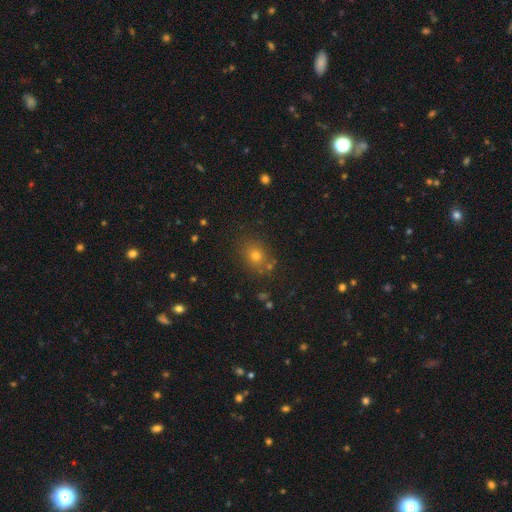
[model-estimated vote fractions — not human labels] Overall: smooth (68%). How rounded: round (67%; in between 32%). Merging: none (80%).